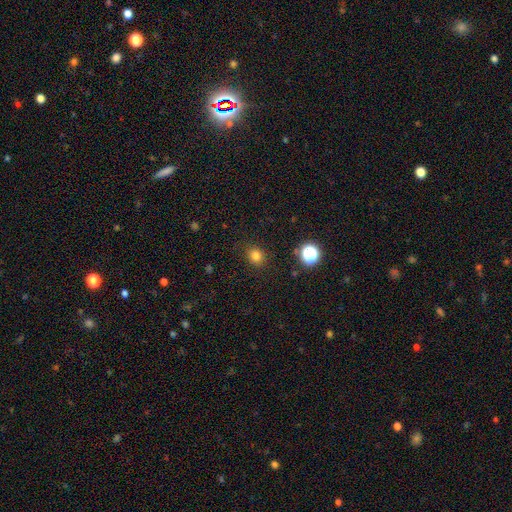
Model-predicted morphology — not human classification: smooth_or_featured: smooth (p=0.79) [alt: star or artifact p=0.15]
how_rounded: round (p=0.74) [alt: in between p=0.25]
merging: none (p=0.88) [alt: minor disturbance p=0.08]